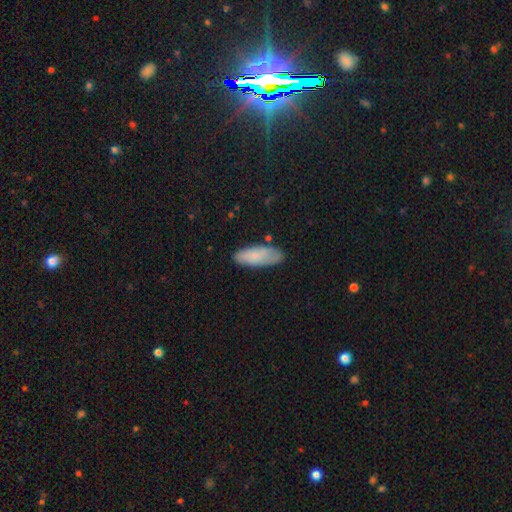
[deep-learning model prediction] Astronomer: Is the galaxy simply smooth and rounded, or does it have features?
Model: smooth — 77%.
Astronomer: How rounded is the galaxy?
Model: in between — 76%.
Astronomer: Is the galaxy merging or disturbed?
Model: none — 73%.